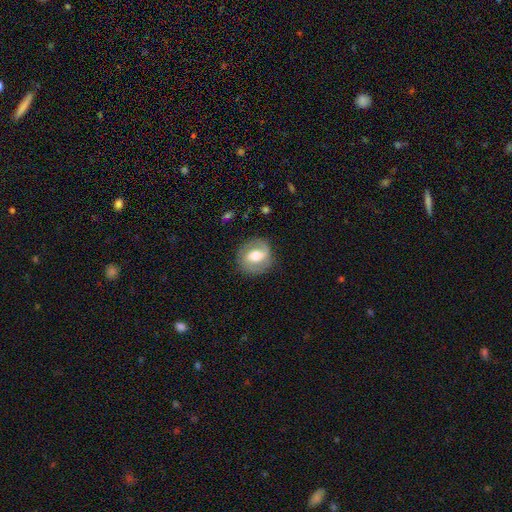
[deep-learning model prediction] featured or disk 60%, smooth 33%, star or artifact 6%. Down the decision tree: edge-on disk — no (96%); bar — weak (45%); spiral arms — yes (75%); bulge size — moderate (63%); merging — none (81%).